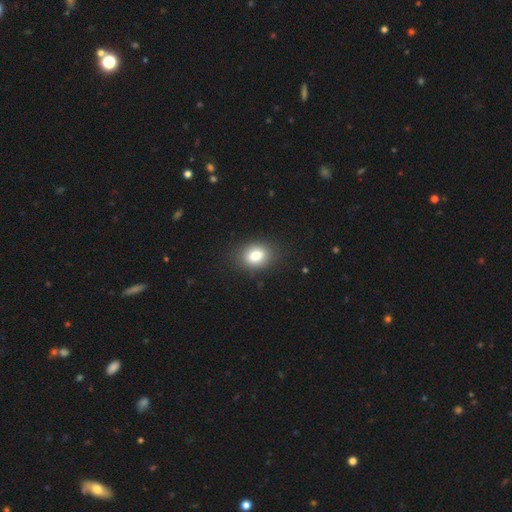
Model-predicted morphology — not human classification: Smooth or featured? smooth (81%)
How rounded? in between (54%)
Merging? none (87%)